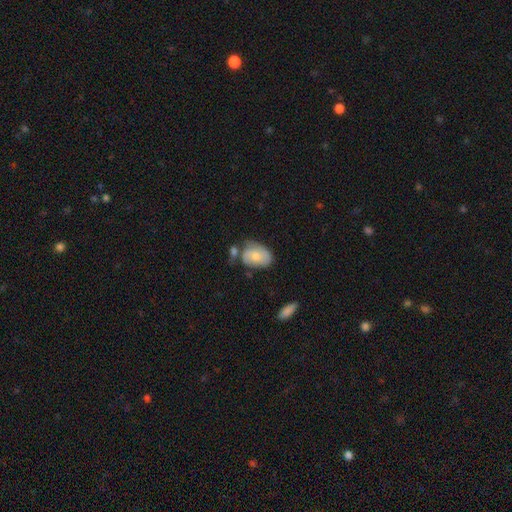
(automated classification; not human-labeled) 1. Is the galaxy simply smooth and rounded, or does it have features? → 61% smooth, 33% featured or disk, 7% star or artifact.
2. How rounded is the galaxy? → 84% in between, 15% round, 1% cigar-shaped.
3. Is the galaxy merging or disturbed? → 40% none, 29% minor disturbance, 17% merger, 13% major disturbance.